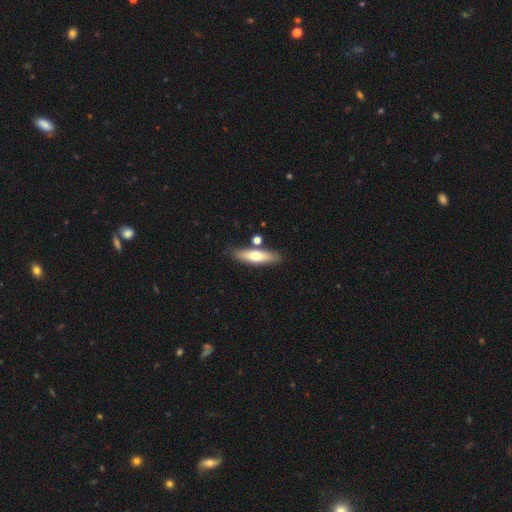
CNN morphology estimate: smooth 60%, featured or disk 34%, star or artifact 6%. Down the decision tree: how rounded — cigar-shaped (63%); merging — none (78%).